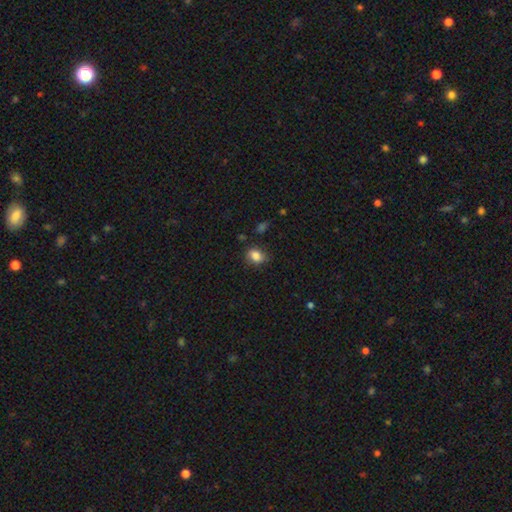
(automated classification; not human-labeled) Q: Smooth or featured?
A: smooth (84%); runner-up: star or artifact (10%)
Q: How rounded?
A: in between (59%); runner-up: round (40%)
Q: Merging?
A: none (73%); runner-up: minor disturbance (20%)